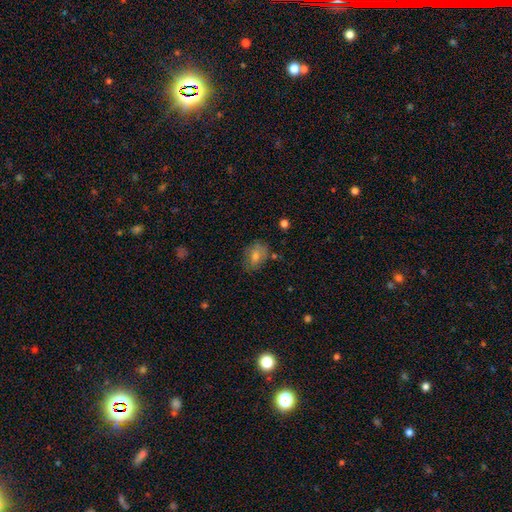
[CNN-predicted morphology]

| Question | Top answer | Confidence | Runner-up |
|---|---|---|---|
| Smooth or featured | smooth | 63% | featured or disk (23%) |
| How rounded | in between | 72% | round (26%) |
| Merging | none | 69% | minor disturbance (21%) |